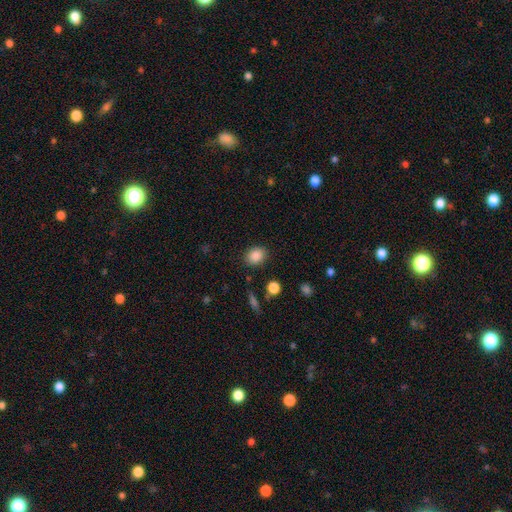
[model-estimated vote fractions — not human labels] smooth 87%, star or artifact 9%, featured or disk 4%. Down the decision tree: how rounded — in between (59%); merging — none (86%).